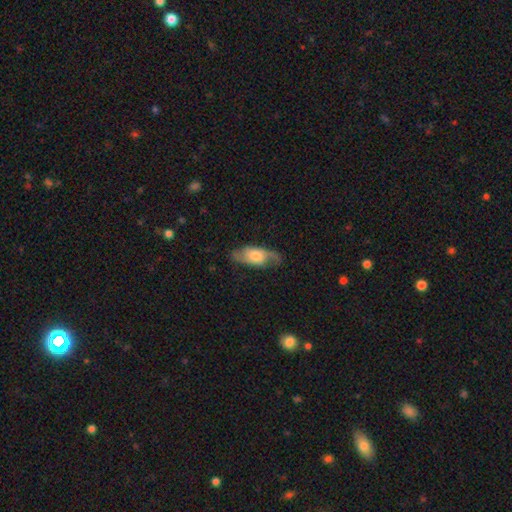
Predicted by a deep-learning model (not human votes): smooth_or_featured: featured or disk (p=0.53) [alt: smooth p=0.41]
disk_edge_on: no (p=0.82) [alt: yes p=0.18]
merging: none (p=0.65) [alt: minor disturbance p=0.23]